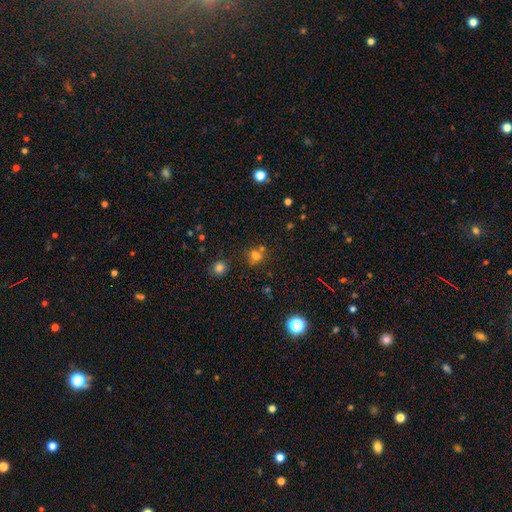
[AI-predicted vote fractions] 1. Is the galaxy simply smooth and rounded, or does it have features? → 68% smooth, 22% star or artifact, 10% featured or disk.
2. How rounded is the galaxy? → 79% round, 20% in between, 1% cigar-shaped.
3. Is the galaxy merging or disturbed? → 58% none, 27% merger, 11% minor disturbance, 4% major disturbance.